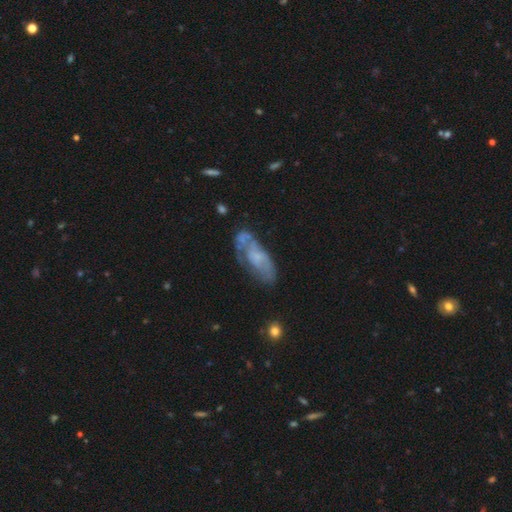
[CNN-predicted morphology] Q: Smooth or featured?
A: featured or disk (60%); runner-up: smooth (31%)
Q: Edge-on disk?
A: no (85%); runner-up: yes (15%)
Q: Bar?
A: no (73%); runner-up: weak (23%)
Q: Spiral arms?
A: yes (57%); runner-up: no (43%)
Q: Bulge size?
A: small (41%); runner-up: none (31%)
Q: Merging?
A: none (54%); runner-up: minor disturbance (24%)